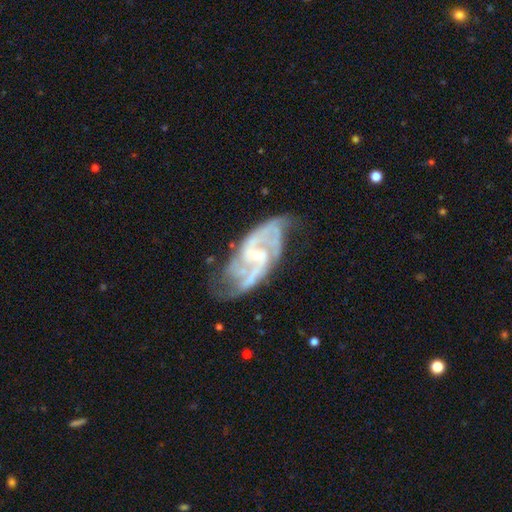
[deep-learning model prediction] This appears to be a featured or disk galaxy (91%) with a weak bar (46%), 2 (56%) medium (53%) spiral arms (97%) and a small central bulge (71%). Merging: none (62%).